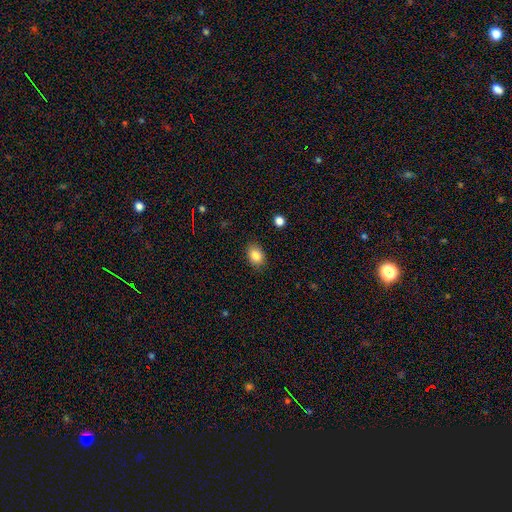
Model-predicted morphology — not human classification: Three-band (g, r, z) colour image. It shows a smooth galaxy with no disk features (86%) that is in between round and cigar-shaped (70%). Merging: none (86%).